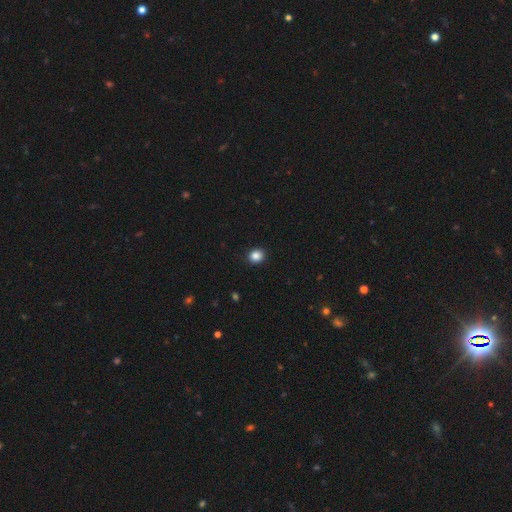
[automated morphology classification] Q: Smooth or featured?
A: smooth (86%); runner-up: star or artifact (10%)
Q: How rounded?
A: round (76%); runner-up: in between (23%)
Q: Merging?
A: none (92%); runner-up: minor disturbance (5%)